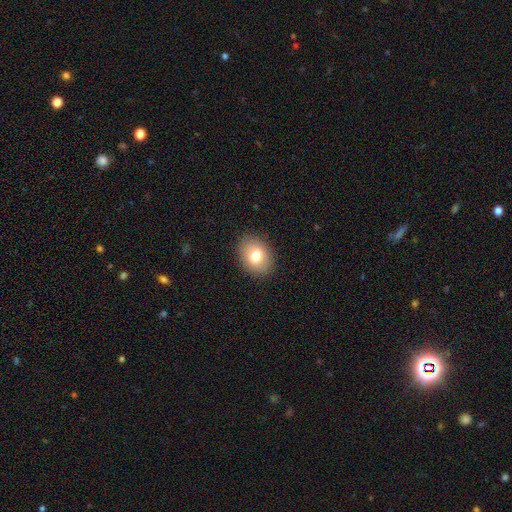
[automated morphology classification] type=smooth (77%); roundness=in between (64%); merging=none (88%).